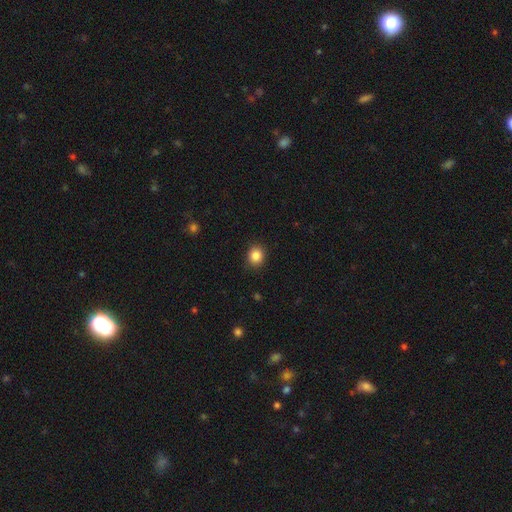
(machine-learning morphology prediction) Smooth or featured?
  - smooth: 86% *
  - star or artifact: 10%
  - featured or disk: 4%
How rounded?
  - round: 79% *
  - in between: 20%
  - cigar-shaped: 1%
Merging?
  - none: 90% *
  - minor disturbance: 7%
  - major disturbance: 2%
  - merger: 1%